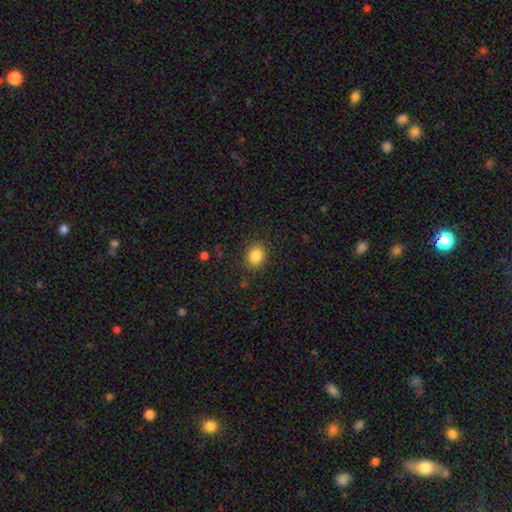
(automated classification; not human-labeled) Overall: smooth (85%). How rounded: round (50%; in between 49%). Merging: none (86%).